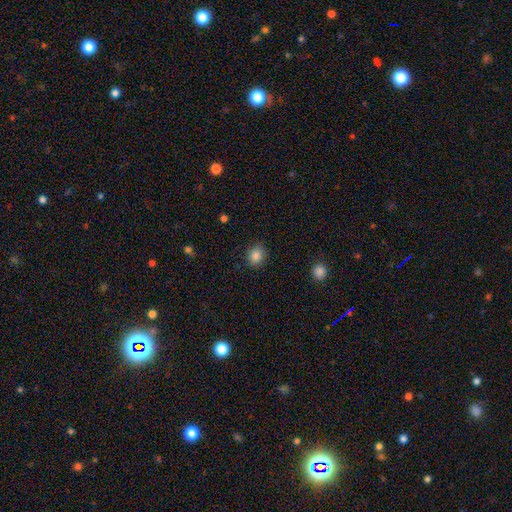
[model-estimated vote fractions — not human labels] Q: Smooth or featured?
A: smooth (85%); runner-up: star or artifact (10%)
Q: How rounded?
A: round (68%); runner-up: in between (31%)
Q: Merging?
A: none (86%); runner-up: minor disturbance (10%)